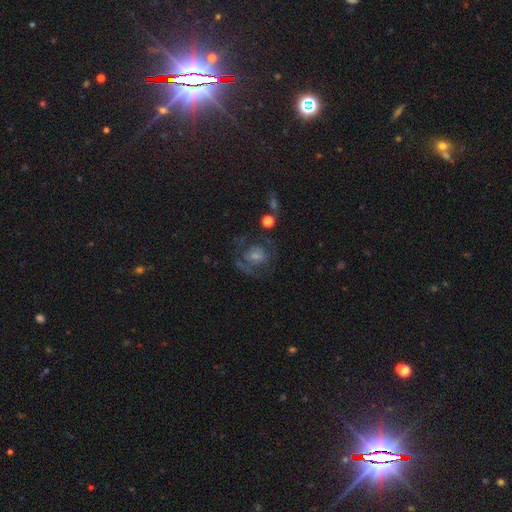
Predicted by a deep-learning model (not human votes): Overall: featured or disk (45%; smooth 43%). Merging: none (45%; major disturbance 29%).